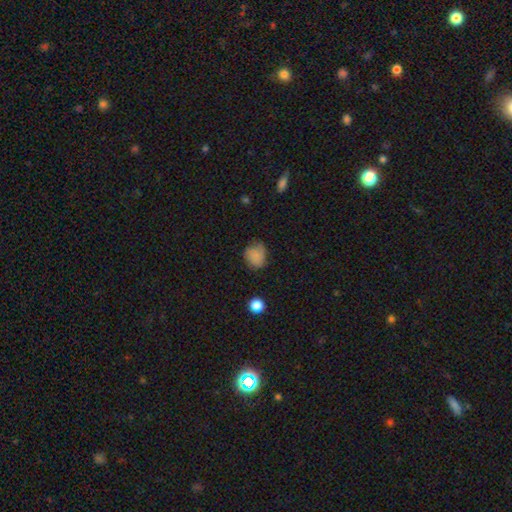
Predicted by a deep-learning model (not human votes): Smooth or featured: smooth — 81% (star or artifact — 11%)
How rounded: round — 59% (in between — 40%)
Merging: none — 60% (minor disturbance — 30%)